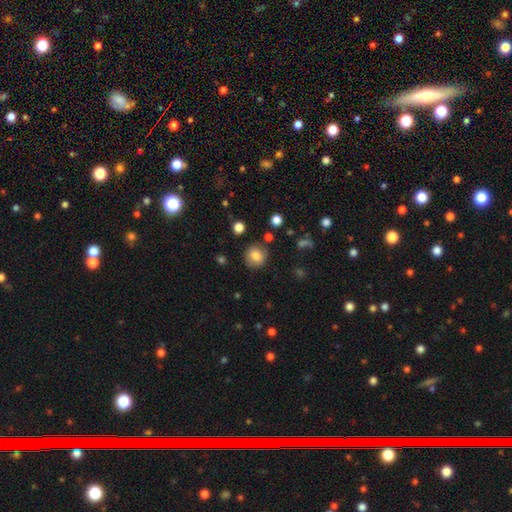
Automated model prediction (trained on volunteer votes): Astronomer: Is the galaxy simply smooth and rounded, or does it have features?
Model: smooth — 82%.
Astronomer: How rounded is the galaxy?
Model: round — 87%.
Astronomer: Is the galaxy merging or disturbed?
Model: none — 84%.